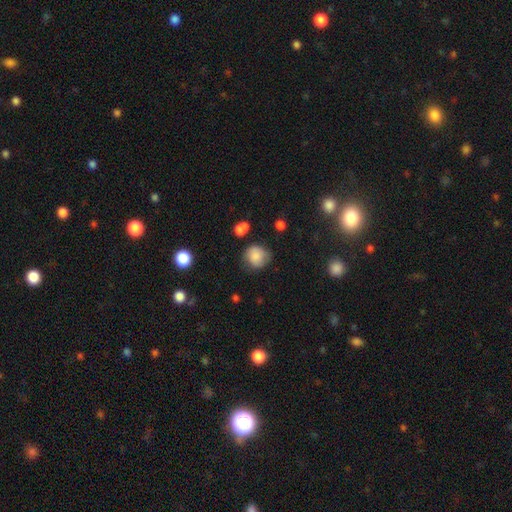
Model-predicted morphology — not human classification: This is likely a smooth galaxy (77%). How rounded: clearly round (83%). Merging: likely none (66%).